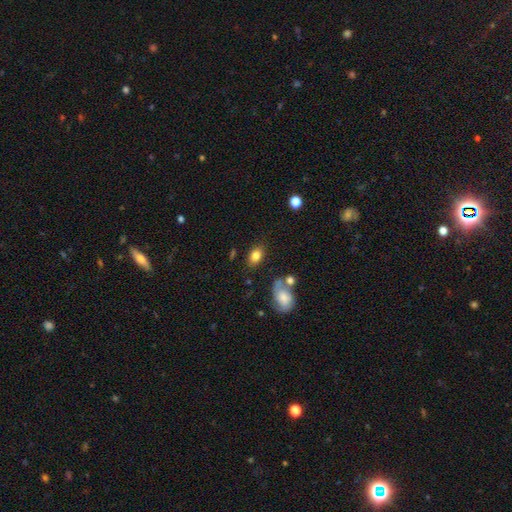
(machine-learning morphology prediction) This is likely a smooth galaxy (80%). How rounded: clearly in between (84%). Merging: likely none (77%).